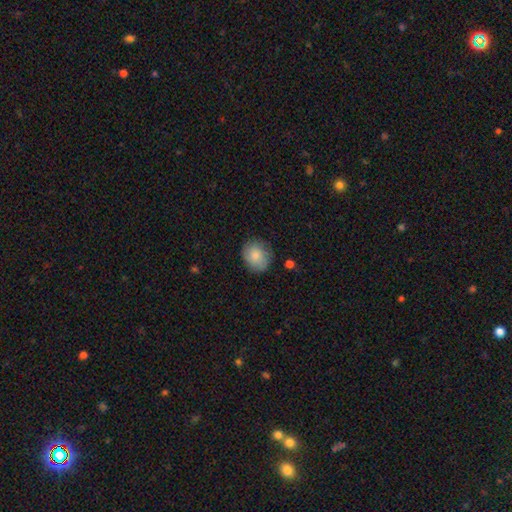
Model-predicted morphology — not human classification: The model was most divided on "how rounded": round: 67%, in between: 33%, cigar-shaped: 1%. More confident: smooth or featured — smooth (81%); merging — none (77%).